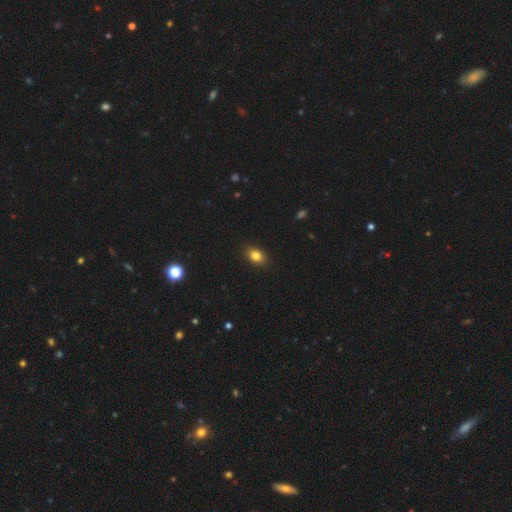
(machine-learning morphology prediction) Q: Smooth or featured?
A: smooth (84%); runner-up: star or artifact (10%)
Q: How rounded?
A: in between (76%); runner-up: round (23%)
Q: Merging?
A: none (88%); runner-up: minor disturbance (9%)